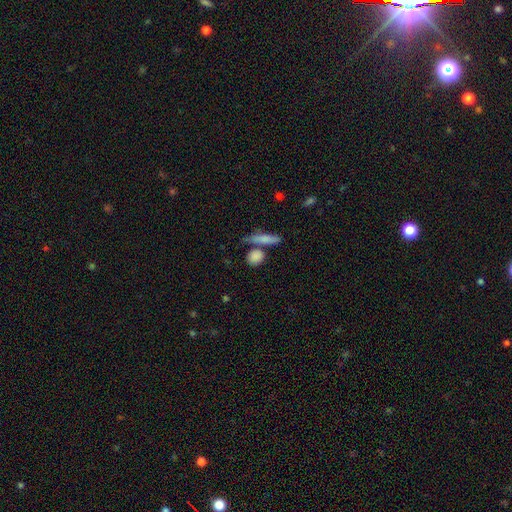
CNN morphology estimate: Overall: smooth (82%). How rounded: round (59%; in between 28%). Merging: none (64%).